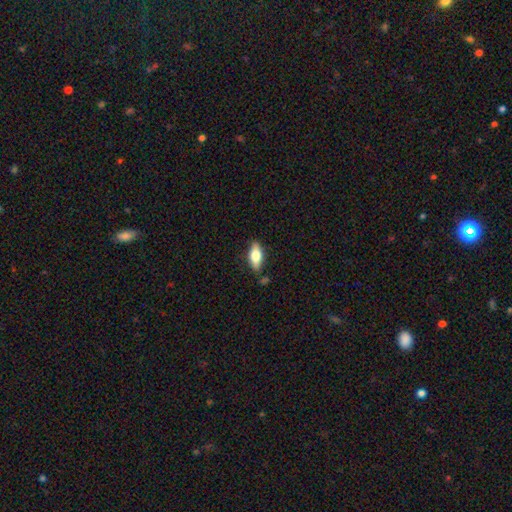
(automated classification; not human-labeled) The model was most divided on "smooth or featured": smooth: 63%, featured or disk: 30%, star or artifact: 7%. More confident: merging — none (79%); how rounded — in between (79%).